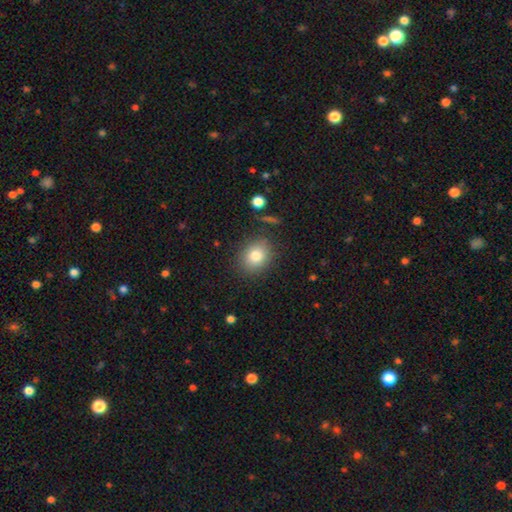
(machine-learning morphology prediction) type=smooth (81%); roundness=round (54%); merging=none (83%).